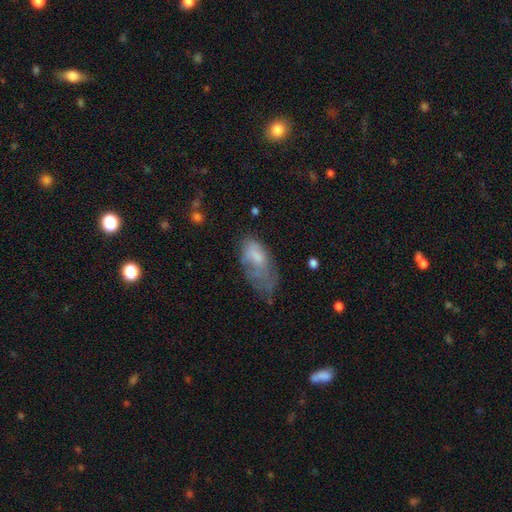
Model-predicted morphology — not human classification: The model was most divided on "merging": major disturbance: 39%, minor disturbance: 32%, none: 24%, merger: 4%. More confident: how rounded — in between (91%); smooth or featured — smooth (61%).